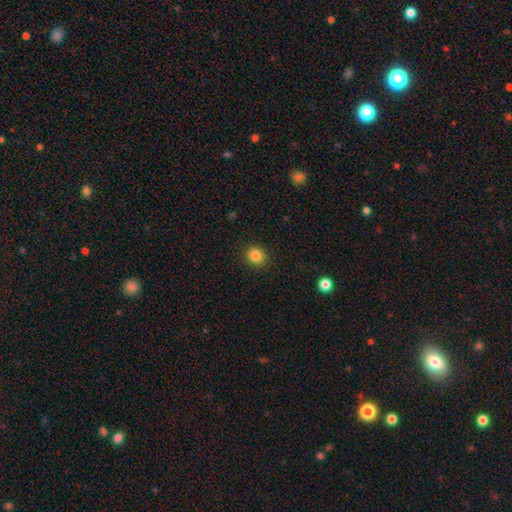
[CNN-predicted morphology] Smooth or featured? smooth (84%)
How rounded? round (85%)
Merging? none (91%)